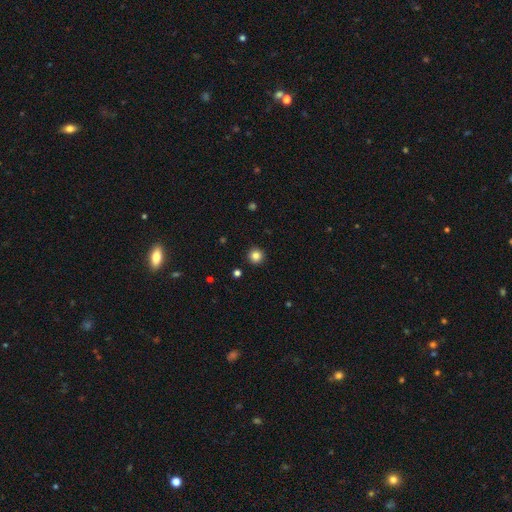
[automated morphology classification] Smooth or featured? Predicted: smooth (p=0.85). How rounded? Predicted: round (p=0.96). Merging? Predicted: none (p=0.93).